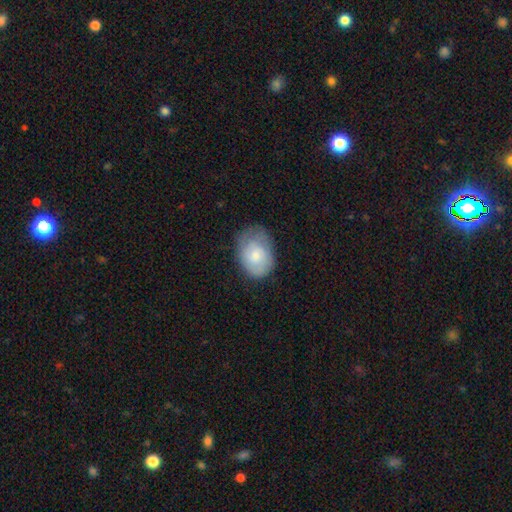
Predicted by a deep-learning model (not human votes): Smooth or featured?
  - smooth: 70% *
  - featured or disk: 24%
  - star or artifact: 6%
How rounded?
  - in between: 75% *
  - round: 24%
  - cigar-shaped: 1%
Merging?
  - none: 53% *
  - minor disturbance: 34%
  - major disturbance: 11%
  - merger: 1%